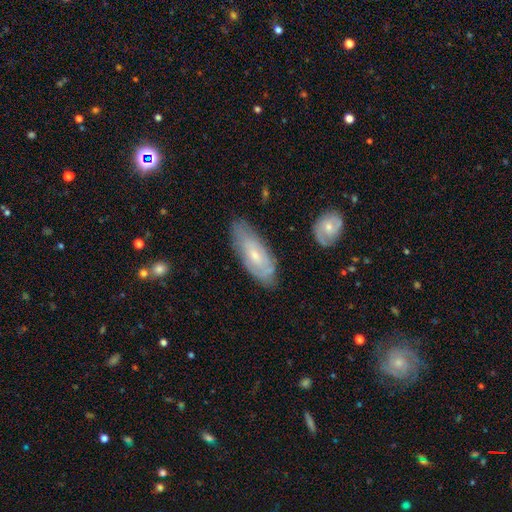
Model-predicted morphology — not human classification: Q: Smooth or featured?
A: featured or disk (50%); runner-up: smooth (43%)
Q: Edge-on disk?
A: no (81%); runner-up: yes (19%)
Q: Merging?
A: none (75%); runner-up: minor disturbance (19%)